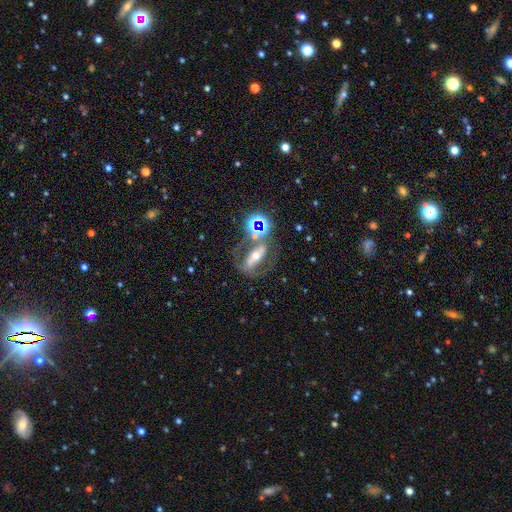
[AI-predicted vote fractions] This appears to be a featured or disk galaxy (62%). Merging: none (51%).